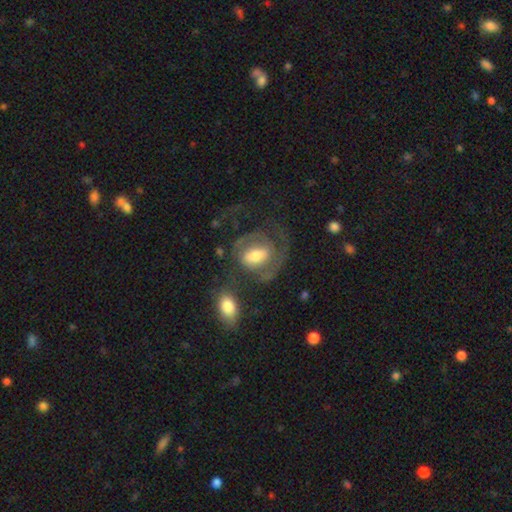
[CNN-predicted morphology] The model was most divided on "spiral winding": medium: 44%, tight: 38%, loose: 18%. Remaining: edge-on disk — no (96%); spiral arms — yes (84%); smooth or featured — featured or disk (74%); spiral arm count — 2 (59%); bulge size — moderate (57%); bar — weak (46%); merging — none (46%).